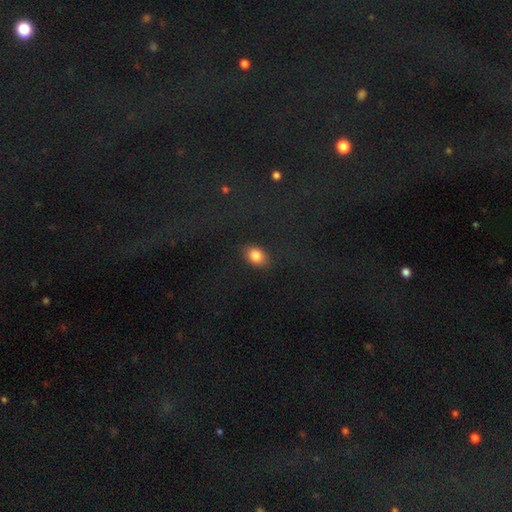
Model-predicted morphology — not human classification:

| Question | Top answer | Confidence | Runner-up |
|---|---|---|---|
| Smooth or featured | smooth | 84% | star or artifact (9%) |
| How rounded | in between | 69% | round (29%) |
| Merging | none | 85% | minor disturbance (11%) |